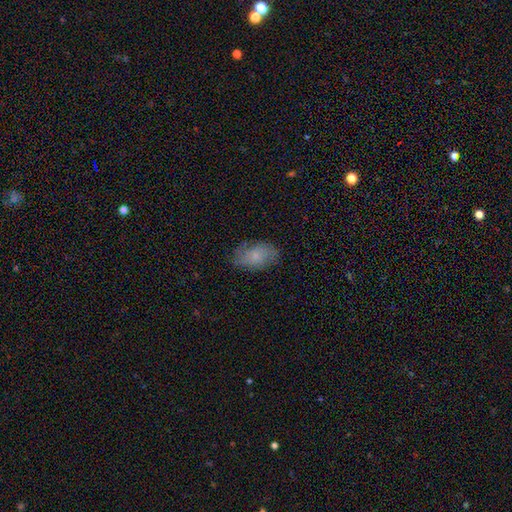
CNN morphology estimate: The model was most divided on "smooth or featured": smooth: 69%, featured or disk: 23%, star or artifact: 8%. More confident: how rounded — in between (89%); merging — none (72%).